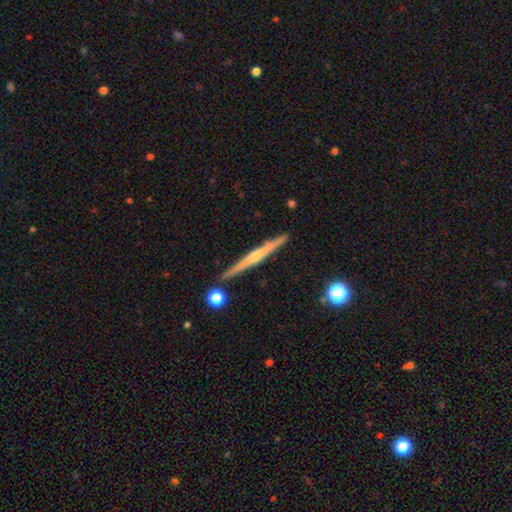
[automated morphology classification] A featured or disk galaxy (67%) viewed edge-on (98%) with a rounded central bulge (54%).

Vote fractions:
- Smooth or featured? featured or disk: 67% / smooth: 27% / star or artifact: 6%
- Edge-on disk? yes: 98% / no: 2%
- Edge-on bulge? rounded: 54% / none: 38% / boxy: 7%
- Merging? none: 88% / minor disturbance: 8% / merger: 3% / major disturbance: 2%